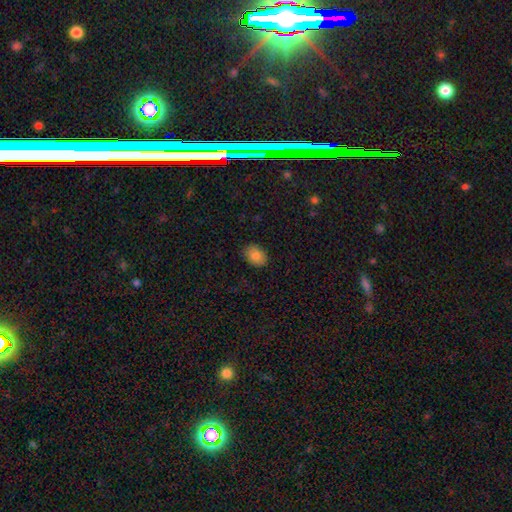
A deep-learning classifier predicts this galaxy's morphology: A smooth galaxy with no disk features (85%) that is in between round and cigar-shaped (73%). Merging: none (86%).